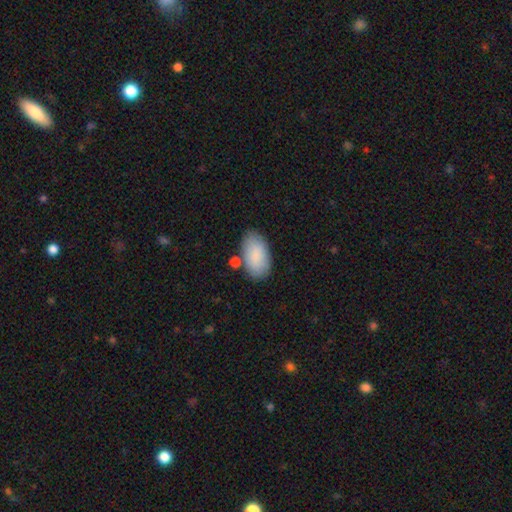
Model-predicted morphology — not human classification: Q: Smooth or featured?
A: smooth (87%); runner-up: featured or disk (8%)
Q: How rounded?
A: in between (95%); runner-up: round (3%)
Q: Merging?
A: none (75%); runner-up: minor disturbance (14%)